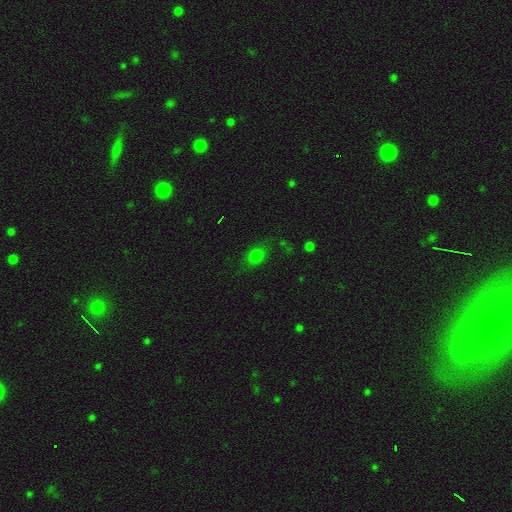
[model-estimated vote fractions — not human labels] The model was most divided on "how rounded": in between: 58%, round: 39%, cigar-shaped: 4%. More confident: smooth or featured — smooth (71%); merging — none (71%).